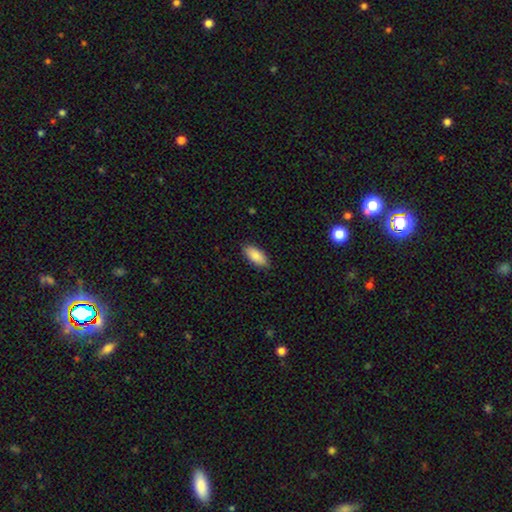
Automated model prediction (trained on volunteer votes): Smooth or featured? smooth (87%)
How rounded? in between (89%)
Merging? none (87%)